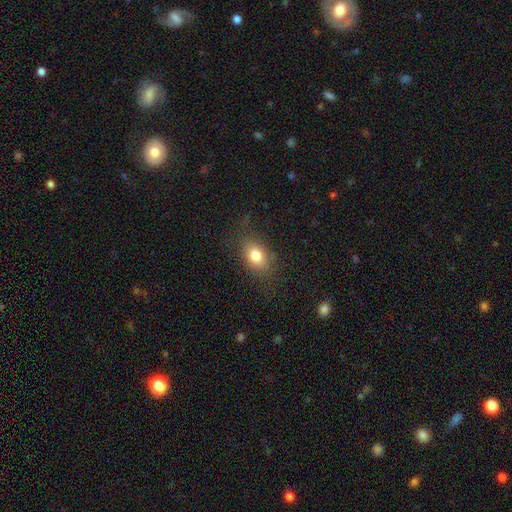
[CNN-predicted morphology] smooth 79%, featured or disk 11%, star or artifact 10%. Down the decision tree: how rounded — in between (75%); merging — none (78%).